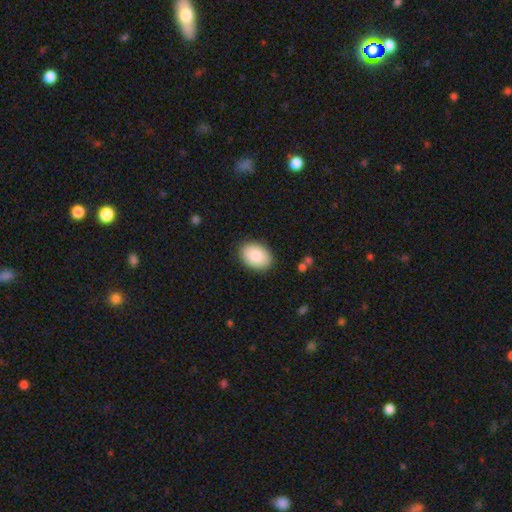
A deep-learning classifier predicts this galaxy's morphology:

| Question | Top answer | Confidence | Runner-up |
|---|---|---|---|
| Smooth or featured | smooth | 89% | star or artifact (6%) |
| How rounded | in between | 82% | round (18%) |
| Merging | none | 88% | minor disturbance (9%) |